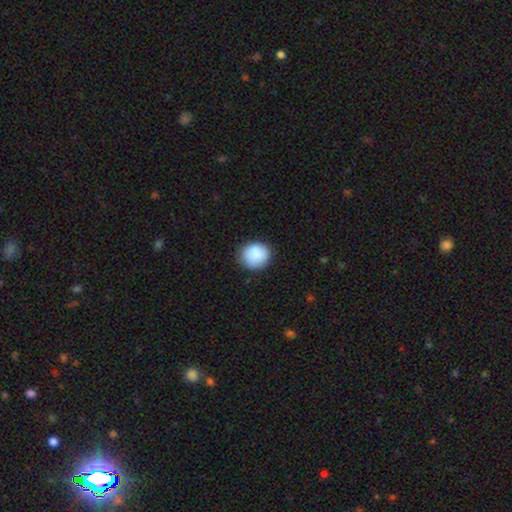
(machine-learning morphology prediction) Overall: smooth (87%). How rounded: round (80%). Merging: none (82%).